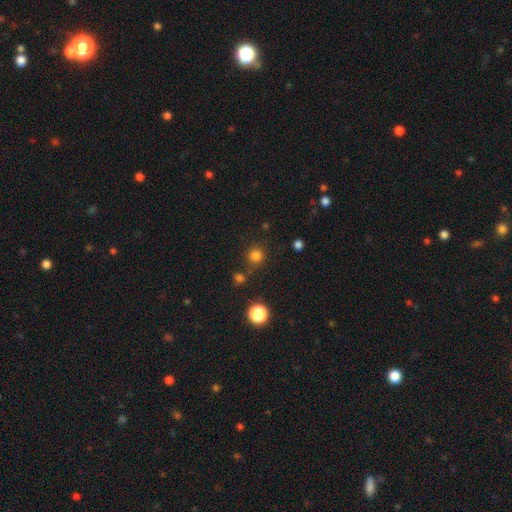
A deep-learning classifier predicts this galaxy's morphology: This appears to be a smooth galaxy with no disk features (78%) that is round (93%). Merging: none (79%).